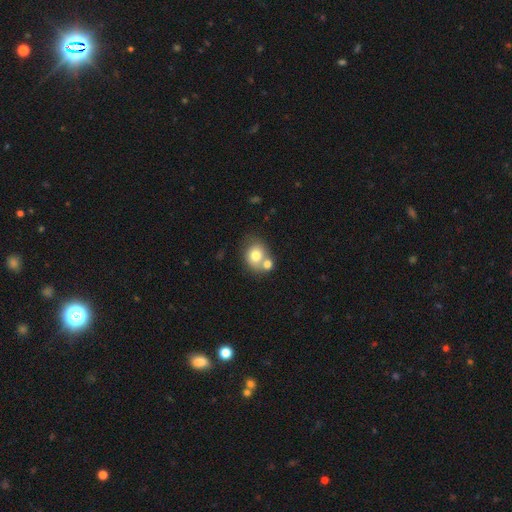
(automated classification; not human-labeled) smooth-or-featured: smooth: 74% | featured or disk: 17% | star or artifact: 9%
  how-rounded: round: 60% | in between: 39% | cigar-shaped: 1%
  merging: merger: 43% | none: 41% | minor disturbance: 11% | major disturbance: 4%